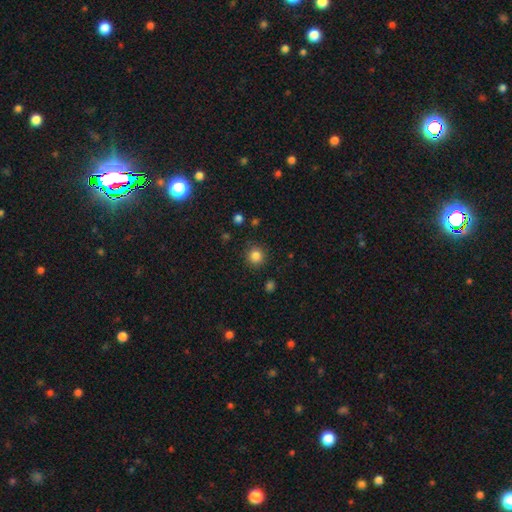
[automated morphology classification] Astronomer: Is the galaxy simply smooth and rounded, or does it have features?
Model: smooth — 84%.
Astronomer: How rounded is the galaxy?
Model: round — 92%.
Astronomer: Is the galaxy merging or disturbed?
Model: none — 88%.